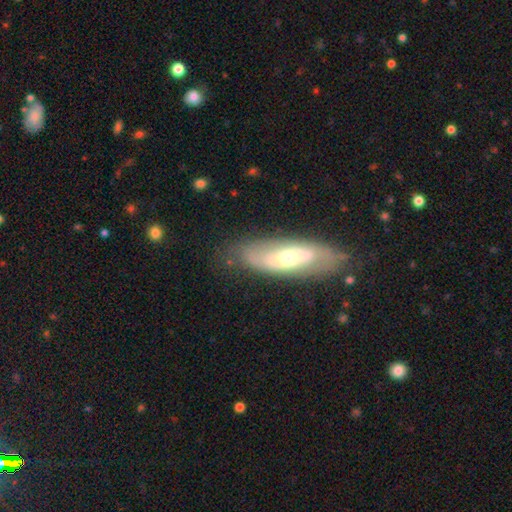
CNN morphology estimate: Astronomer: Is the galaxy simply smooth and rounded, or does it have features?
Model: featured or disk — 56% (runner-up: smooth, 38%).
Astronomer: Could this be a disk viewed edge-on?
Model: no — 78%.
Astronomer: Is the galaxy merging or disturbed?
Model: none — 74%.